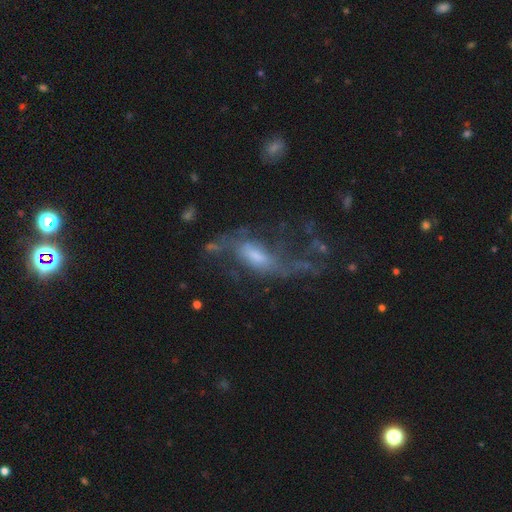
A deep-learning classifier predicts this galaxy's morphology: Smooth or featured?
  - featured or disk: 69% *
  - smooth: 20%
  - star or artifact: 11%
Edge-on disk?
  - no: 88% *
  - yes: 12%
Bar?
  - weak: 45% *
  - no: 33%
  - strong: 22%
Spiral arms?
  - yes: 75% *
  - no: 25%
Bulge size?
  - moderate: 40% *
  - small: 38%
  - large: 10%
  - none: 10%
  - dominant: 2%
Merging?
  - major disturbance: 38% * (tied)
  - none: 38% * (tied)
  - minor disturbance: 18%
  - merger: 6%